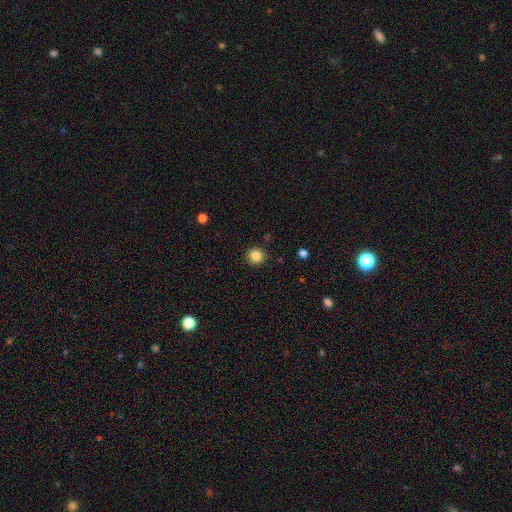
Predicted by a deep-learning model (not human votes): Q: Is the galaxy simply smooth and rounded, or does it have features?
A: smooth — 85%.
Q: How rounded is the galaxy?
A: round — 93%.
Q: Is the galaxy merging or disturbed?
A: none — 90%.